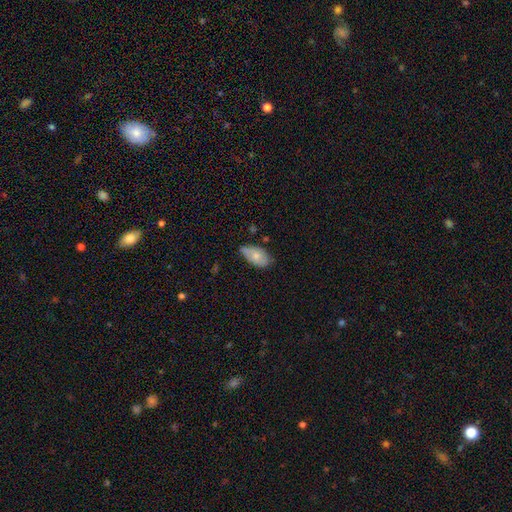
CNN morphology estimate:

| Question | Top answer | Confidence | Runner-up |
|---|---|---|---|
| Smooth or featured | smooth | 71% | featured or disk (23%) |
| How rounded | in between | 93% | round (5%) |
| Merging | none | 53% | minor disturbance (37%) |